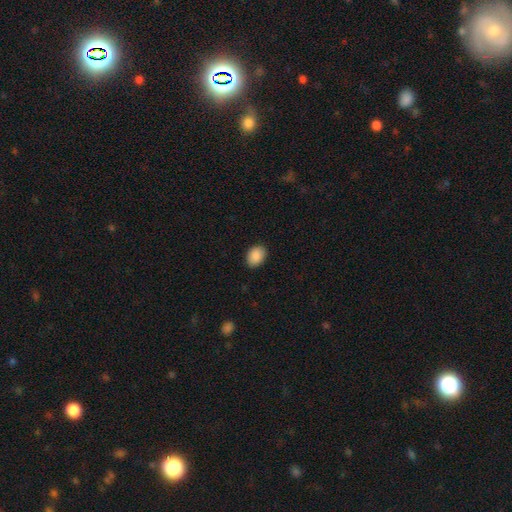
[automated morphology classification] A smooth galaxy with no disk features (90%) that is in between round and cigar-shaped (72%).

Vote fractions:
- Smooth or featured? smooth: 90% / star or artifact: 7% / featured or disk: 3%
- How rounded? in between: 72% / round: 27% / cigar-shaped: 1%
- Merging? none: 89% / minor disturbance: 8% / major disturbance: 2% / merger: 1%